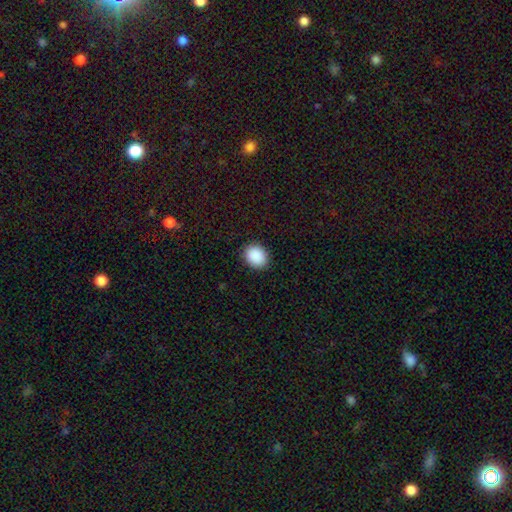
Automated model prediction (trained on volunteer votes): Smooth or featured?
  - smooth: 90% *
  - star or artifact: 8%
  - featured or disk: 2%
How rounded?
  - round: 52% *
  - in between: 47%
  - cigar-shaped: 1%
Merging?
  - none: 89% *
  - minor disturbance: 8%
  - major disturbance: 2%
  - merger: 1%